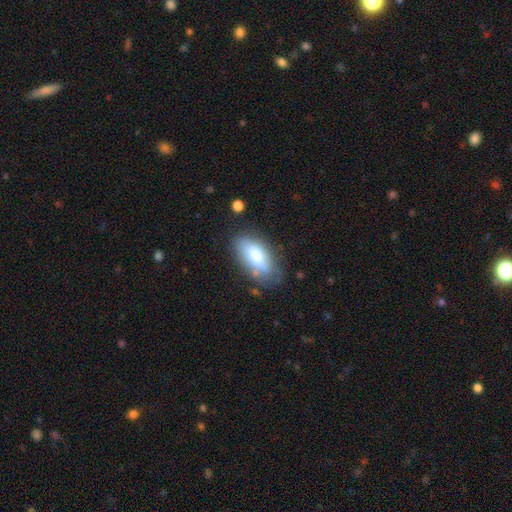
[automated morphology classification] smooth 75%, featured or disk 18%, star or artifact 7%. Down the decision tree: how rounded — in between (90%); merging — none (65%).